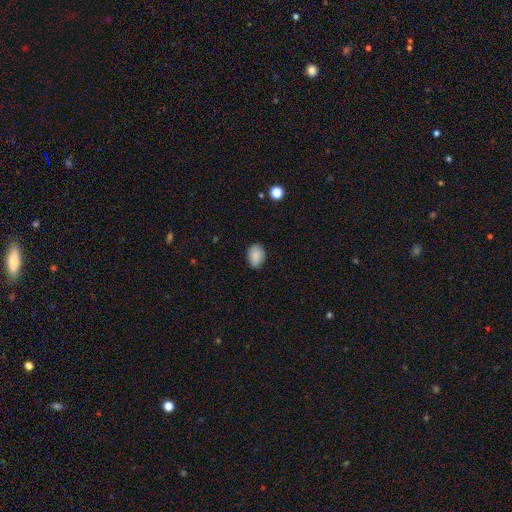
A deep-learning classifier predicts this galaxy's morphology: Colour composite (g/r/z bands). It shows a smooth galaxy with no disk features (88%) that is in between round and cigar-shaped (79%). Merging: none (83%).